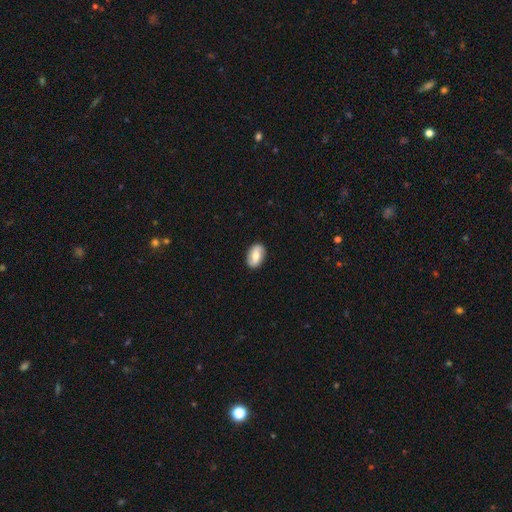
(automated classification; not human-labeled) Morphology: type=smooth (53%); roundness=in between (89%); merging=none (88%).